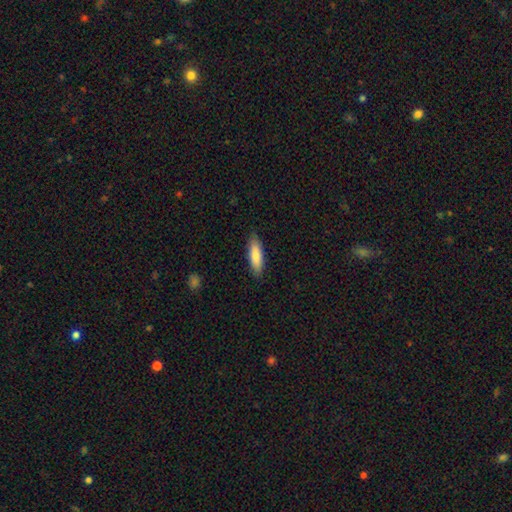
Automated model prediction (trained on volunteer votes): A smooth galaxy with no disk features (84%) that is cigar-shaped (52%). Merging: none (87%).